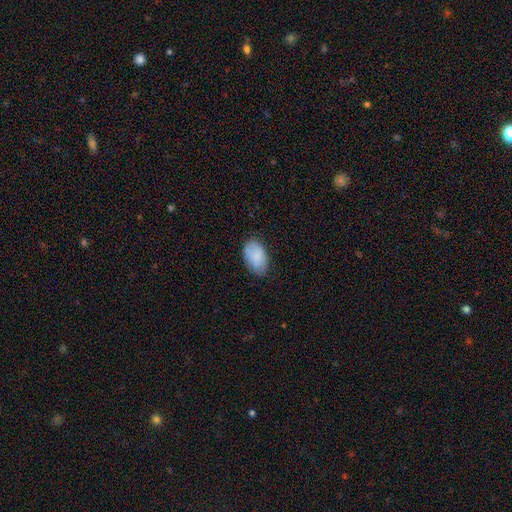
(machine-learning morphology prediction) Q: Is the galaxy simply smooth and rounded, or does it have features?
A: smooth — 84%.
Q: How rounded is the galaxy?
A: in between — 93%.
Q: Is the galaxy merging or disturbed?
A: none — 74%.